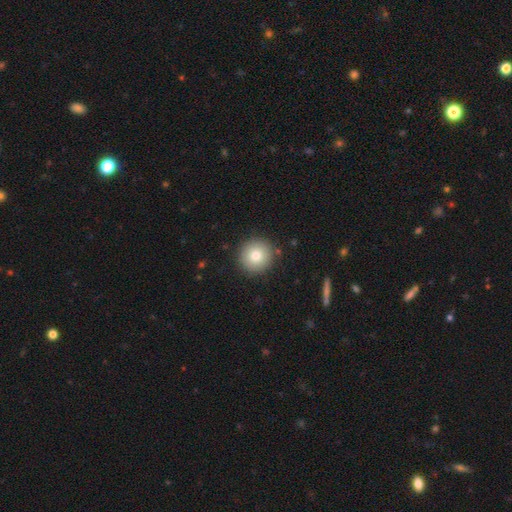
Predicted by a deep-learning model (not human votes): Smooth or featured? Predicted: smooth (p=0.81). How rounded? Predicted: round (p=0.93). Merging? Predicted: none (p=0.89).